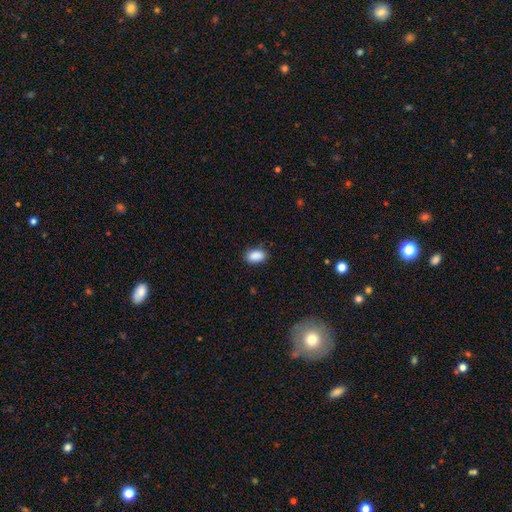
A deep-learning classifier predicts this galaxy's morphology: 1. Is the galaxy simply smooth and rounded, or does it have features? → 89% smooth, 8% star or artifact, 3% featured or disk.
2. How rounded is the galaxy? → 90% in between, 8% round, 2% cigar-shaped.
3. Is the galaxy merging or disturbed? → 83% none, 13% minor disturbance, 3% major disturbance, 1% merger.